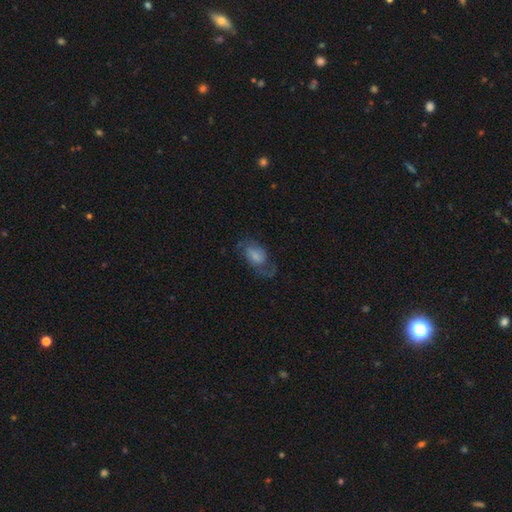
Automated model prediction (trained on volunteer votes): A featured or disk galaxy (55%) with no bar (55%), spiral arms (83%) and a small central bulge (33%).

Vote fractions:
- Smooth or featured? featured or disk: 55% / smooth: 37% / star or artifact: 9%
- Edge-on disk? no: 96% / yes: 4%
- Bar? no: 55% / weak: 37% / strong: 8%
- Spiral arms? yes: 83% / no: 17%
- Bulge size? small: 33% / moderate: 24% / none: 23% / large: 15% / dominant: 4%
- Merging? none: 55% / major disturbance: 22% / minor disturbance: 22% / merger: 2%